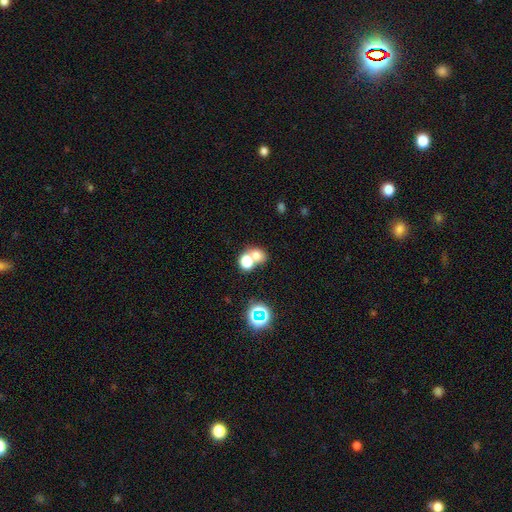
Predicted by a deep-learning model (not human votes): Q: Smooth or featured?
A: smooth (69%); runner-up: star or artifact (18%)
Q: How rounded?
A: round (58%); runner-up: in between (41%)
Q: Merging?
A: merger (51%); runner-up: none (38%)